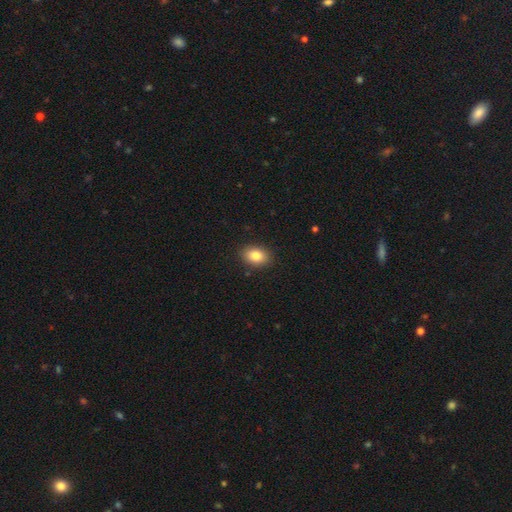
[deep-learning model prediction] smooth-or-featured: smooth: 85% | star or artifact: 8% | featured or disk: 7%
  how-rounded: in between: 78% | round: 21% | cigar-shaped: 1%
  merging: none: 89% | minor disturbance: 8% | major disturbance: 2% | merger: 1%